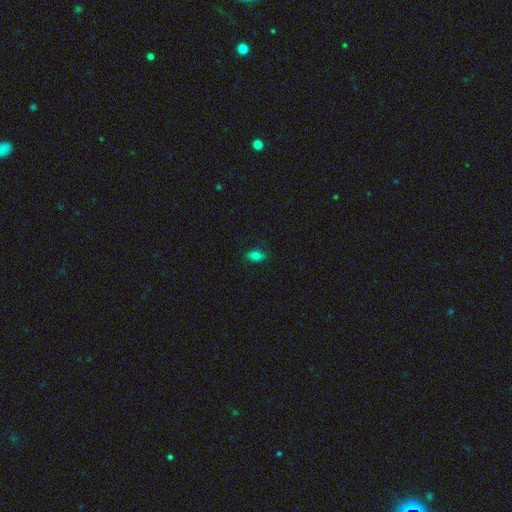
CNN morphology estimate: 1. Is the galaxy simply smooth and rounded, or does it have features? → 78% smooth, 12% star or artifact, 11% featured or disk.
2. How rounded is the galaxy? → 83% in between, 14% round, 4% cigar-shaped.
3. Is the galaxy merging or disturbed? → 83% none, 14% minor disturbance, 2% major disturbance, 1% merger.